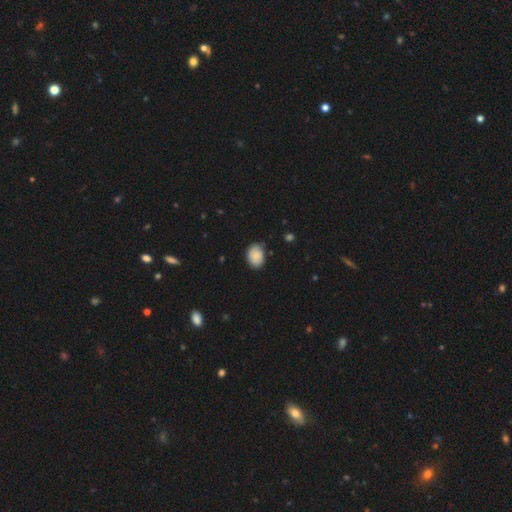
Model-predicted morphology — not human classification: A smooth galaxy with no disk features (83%) that is in between round and cigar-shaped (70%).

Vote fractions:
- Smooth or featured? smooth: 83% / featured or disk: 10% / star or artifact: 7%
- How rounded? in between: 70% / round: 29% / cigar-shaped: 1%
- Merging? none: 72% / minor disturbance: 23% / major disturbance: 4% / merger: 2%